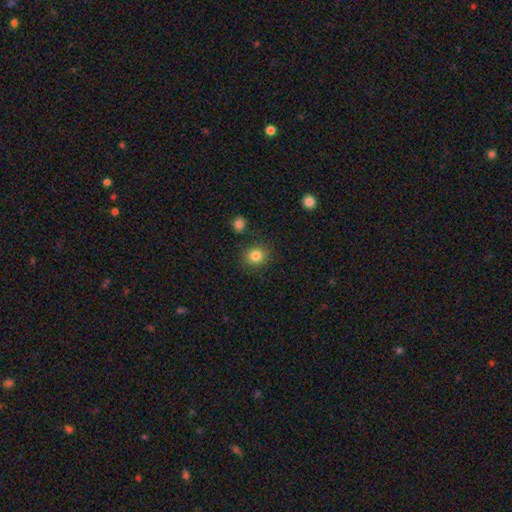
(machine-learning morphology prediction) type=smooth (85%); roundness=round (81%); merging=none (85%).